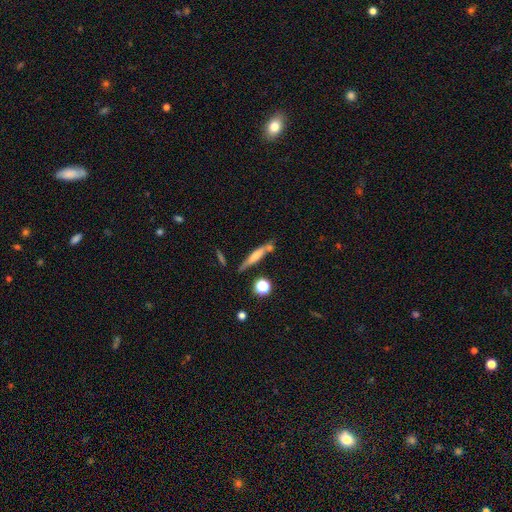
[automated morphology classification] This is possibly a smooth galaxy (48%). Merging: likely none (66%).